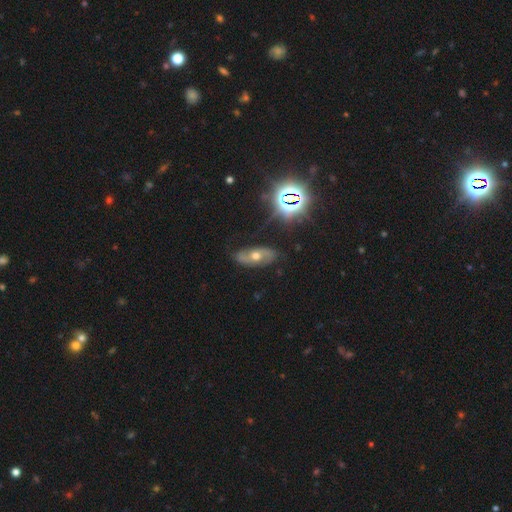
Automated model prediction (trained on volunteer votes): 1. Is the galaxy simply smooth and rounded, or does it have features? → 58% featured or disk, 22% smooth, 20% star or artifact.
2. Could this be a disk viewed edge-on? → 85% no, 15% yes.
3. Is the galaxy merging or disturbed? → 77% none, 16% minor disturbance, 5% major disturbance, 2% merger.